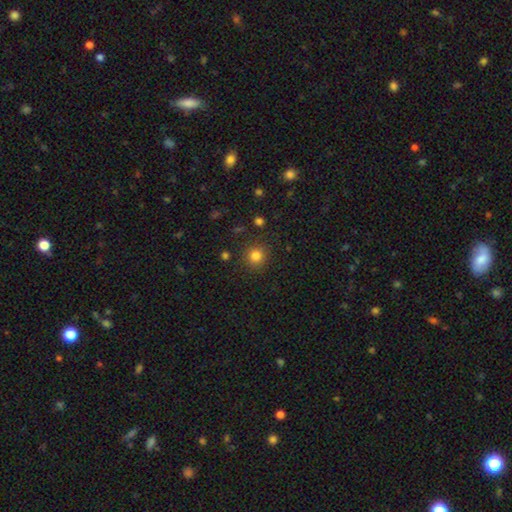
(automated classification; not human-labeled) smooth-or-featured: smooth: 83% | star or artifact: 12% | featured or disk: 5%
  how-rounded: round: 91% | in between: 8% | cigar-shaped: 1%
  merging: none: 87% | minor disturbance: 8% | major disturbance: 3% | merger: 2%